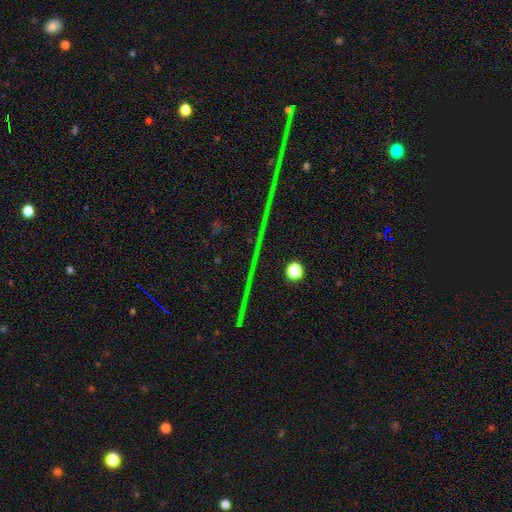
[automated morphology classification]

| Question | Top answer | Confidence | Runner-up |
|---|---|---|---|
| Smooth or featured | star or artifact | 82% | featured or disk (11%) |